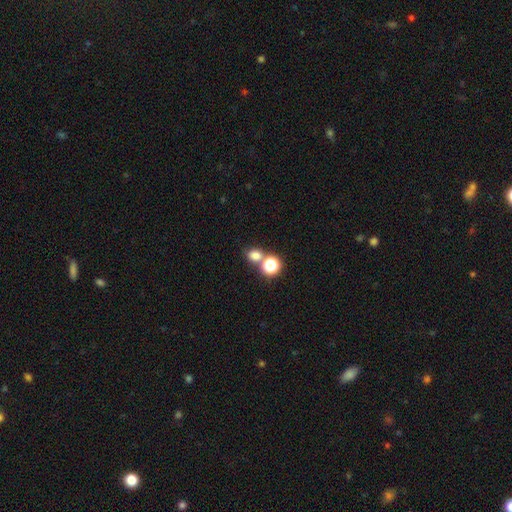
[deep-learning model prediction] This is likely a smooth galaxy (73%). How rounded: likely round (63%). Merging: possibly none (57%).